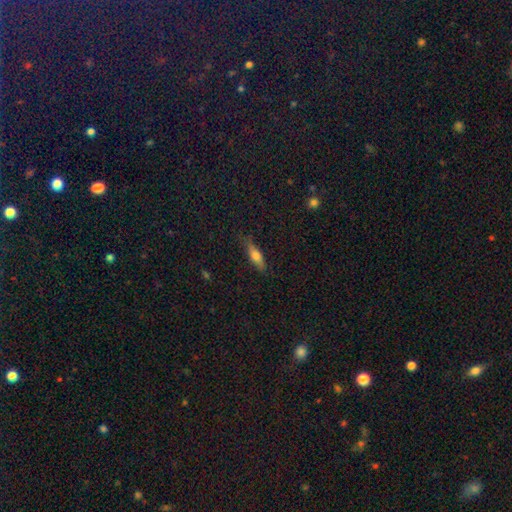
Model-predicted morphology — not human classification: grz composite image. It shows a smooth galaxy with no disk features (61%) that is cigar-shaped (58%). Merging: none (79%).